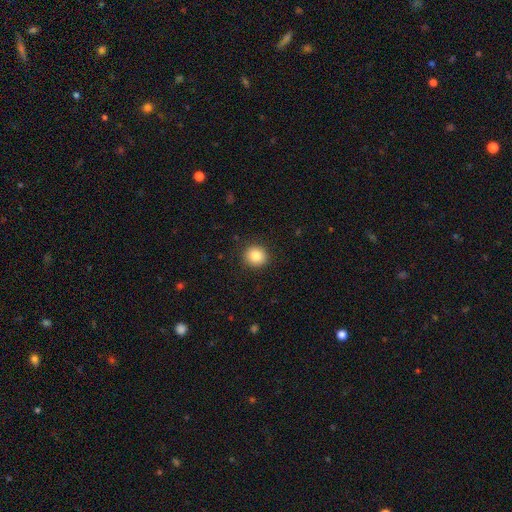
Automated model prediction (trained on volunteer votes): Smooth or featured? smooth (85%)
How rounded? round (90%)
Merging? none (91%)